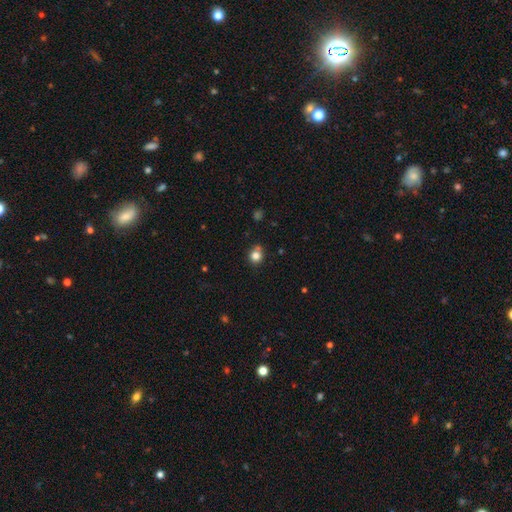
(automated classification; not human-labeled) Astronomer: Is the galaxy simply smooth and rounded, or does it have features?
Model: smooth — 81%.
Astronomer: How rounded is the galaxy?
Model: round — 85%.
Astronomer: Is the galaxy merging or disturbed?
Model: none — 72%.